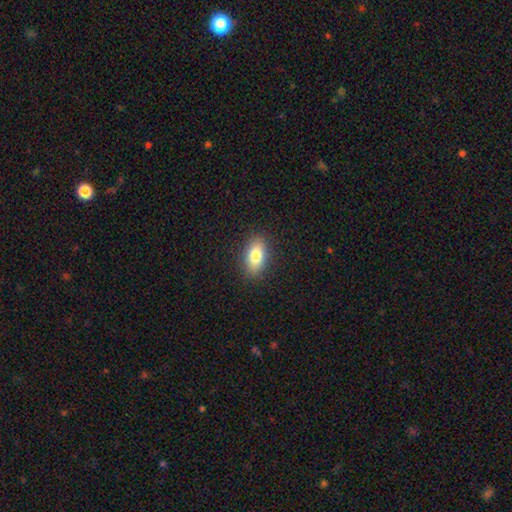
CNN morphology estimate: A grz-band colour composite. It shows a smooth galaxy with no disk features (80%) that is in between round and cigar-shaped (88%). Merging: none (88%).